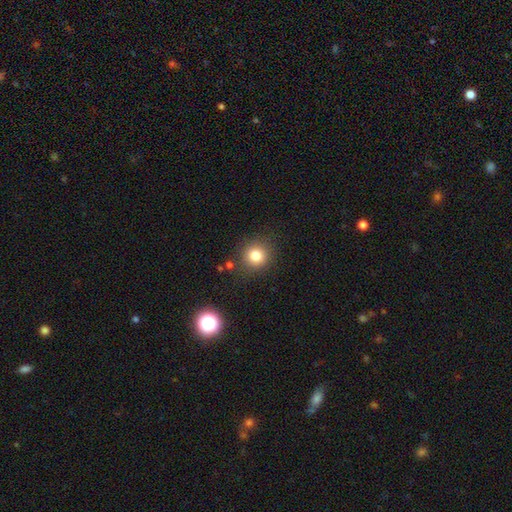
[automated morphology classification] A smooth galaxy with no disk features (80%) that is round (91%).

Vote fractions:
- Smooth or featured? smooth: 80% / star or artifact: 13% / featured or disk: 7%
- How rounded? round: 91% / in between: 8% / cigar-shaped: 1%
- Merging? none: 86% / minor disturbance: 8% / major disturbance: 3% / merger: 3%